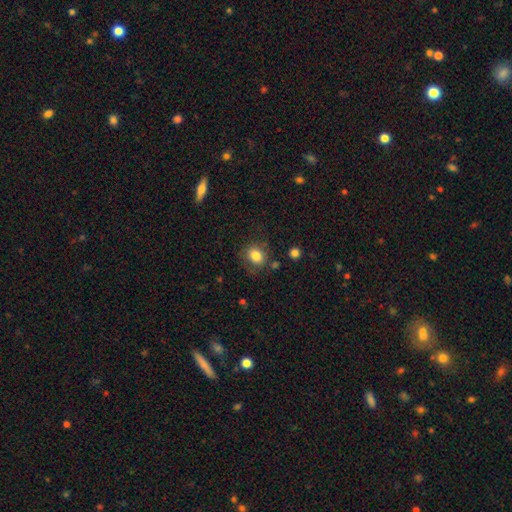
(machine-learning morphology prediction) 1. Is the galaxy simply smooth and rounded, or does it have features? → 82% smooth, 10% star or artifact, 8% featured or disk.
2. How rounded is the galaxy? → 61% round, 38% in between, 1% cigar-shaped.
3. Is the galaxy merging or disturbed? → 75% none, 16% minor disturbance, 6% major disturbance, 4% merger.